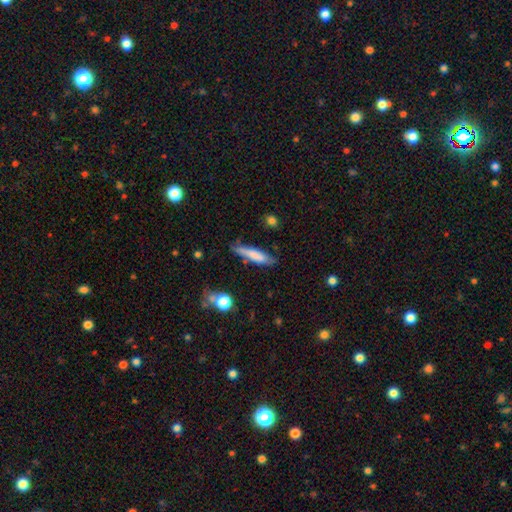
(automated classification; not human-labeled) smooth 72%, featured or disk 22%, star or artifact 6%. Down the decision tree: how rounded — cigar-shaped (82%); merging — none (68%).